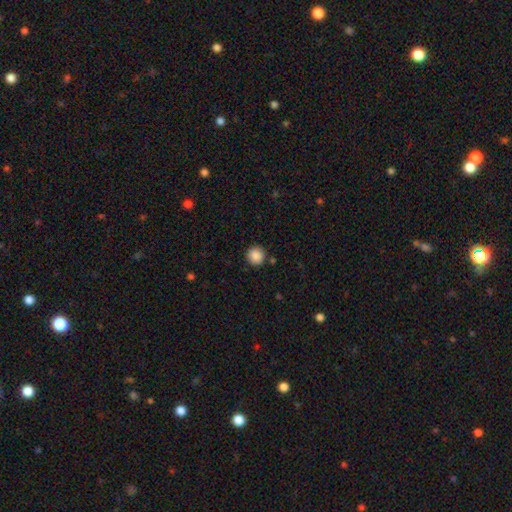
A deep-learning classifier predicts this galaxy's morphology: This appears to be a smooth galaxy with no disk features (88%) that is round (92%). Merging: none (88%).